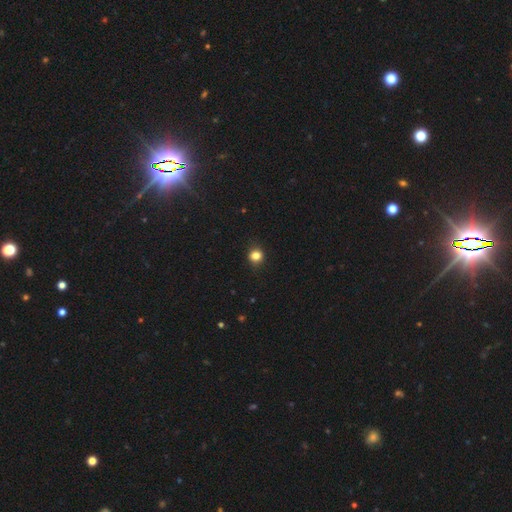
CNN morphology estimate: smooth_or_featured: smooth (p=0.82) [alt: star or artifact p=0.13]
how_rounded: round (p=0.85) [alt: in between p=0.14]
merging: none (p=0.89) [alt: minor disturbance p=0.08]